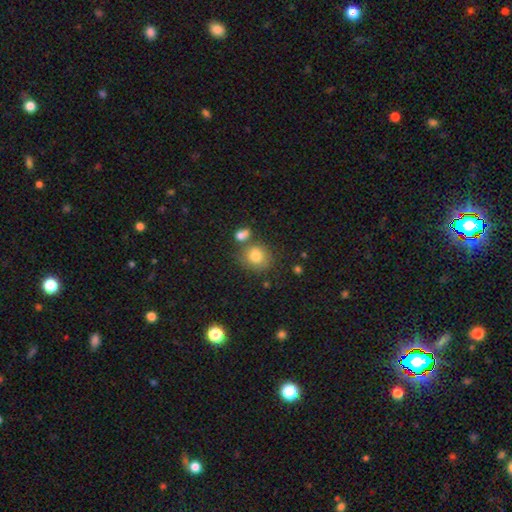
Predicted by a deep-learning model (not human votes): smooth_or_featured: smooth (p=0.80) [alt: featured or disk p=0.10]
how_rounded: round (p=0.78) [alt: in between p=0.21]
merging: none (p=0.64) [alt: merger p=0.17]